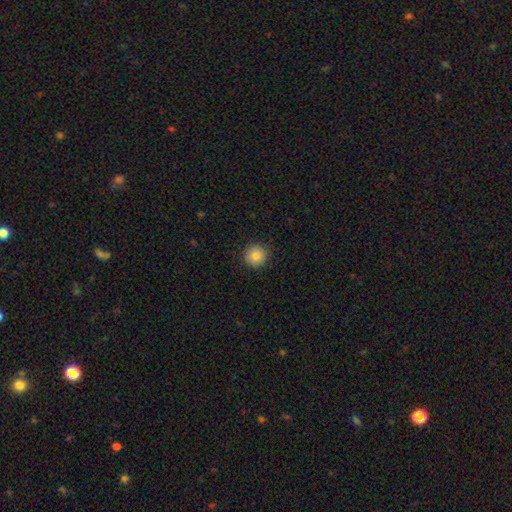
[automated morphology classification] This appears to be a smooth galaxy with no disk features (84%) that is round (93%). Merging: none (91%).